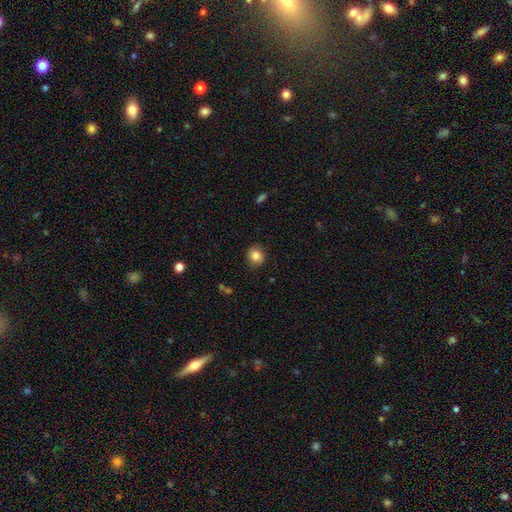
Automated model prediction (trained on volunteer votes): Smooth or featured?
  - smooth: 84% *
  - star or artifact: 10%
  - featured or disk: 6%
How rounded?
  - round: 82% *
  - in between: 17%
  - cigar-shaped: 1%
Merging?
  - none: 88% *
  - minor disturbance: 9%
  - major disturbance: 2%
  - merger: 1%